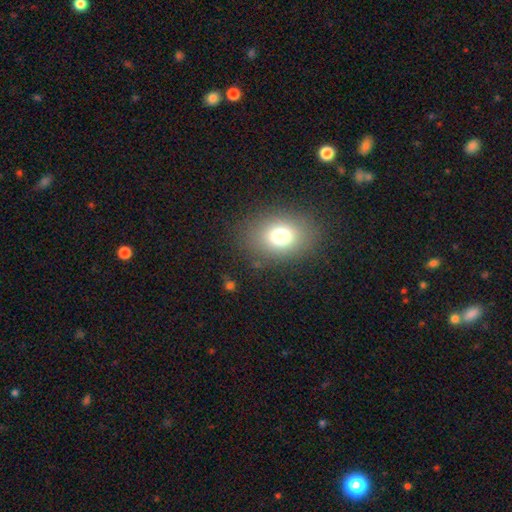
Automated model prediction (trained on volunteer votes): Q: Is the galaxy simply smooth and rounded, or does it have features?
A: smooth — 73%.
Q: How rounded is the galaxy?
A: in between — 60%.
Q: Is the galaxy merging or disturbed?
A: none — 89%.